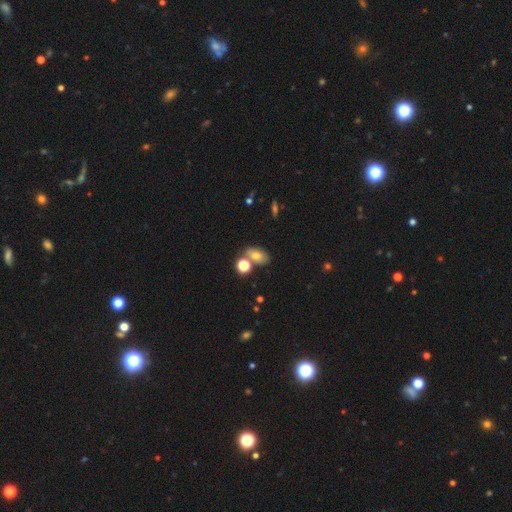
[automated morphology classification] type=smooth (68%); roundness=in between (76%); merging=none (59%).